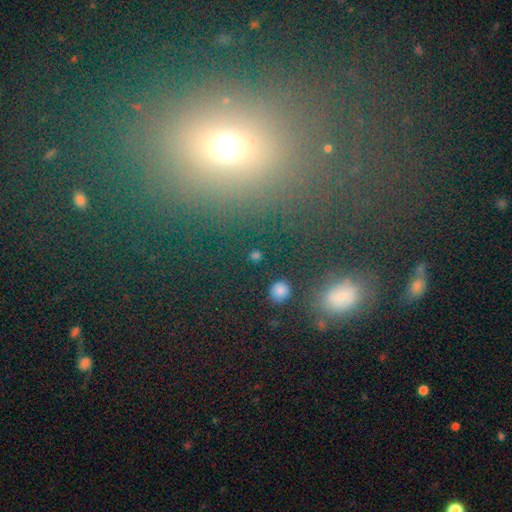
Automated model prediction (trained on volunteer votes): Smooth or featured? smooth (64%)
How rounded? round (85%)
Merging? none (88%)